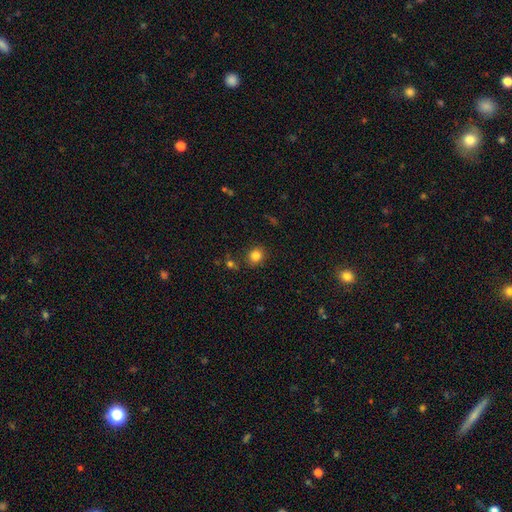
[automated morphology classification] smooth 83%, star or artifact 12%, featured or disk 5%. Down the decision tree: how rounded — round (74%); merging — none (83%).